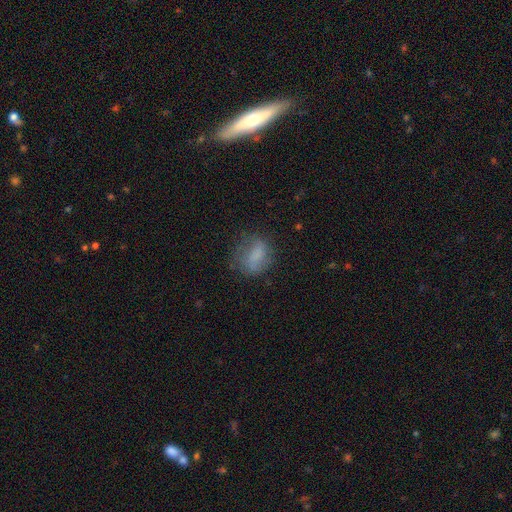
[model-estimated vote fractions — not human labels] Smooth or featured: smooth — 67% (featured or disk — 23%)
How rounded: in between — 61% (round — 35%)
Merging: none — 60% (minor disturbance — 24%)